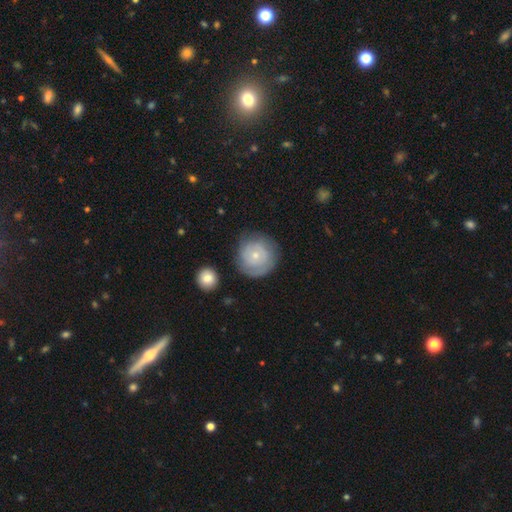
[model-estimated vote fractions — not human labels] The model was most divided on "smooth or featured": smooth: 51%, featured or disk: 43%, star or artifact: 6%. More confident: how rounded — round (93%); merging — none (73%).